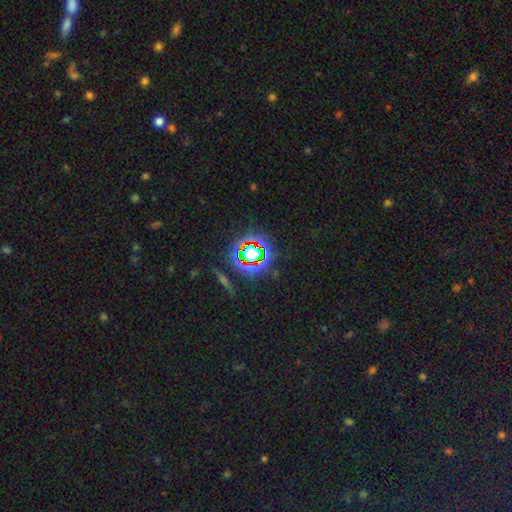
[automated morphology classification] This appears to be a star or artifact, not a galaxy (80%).